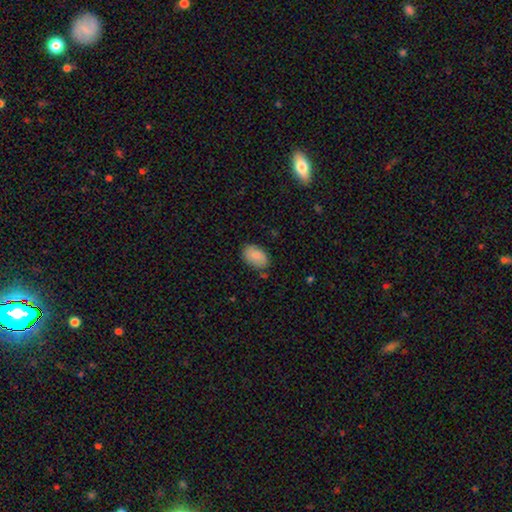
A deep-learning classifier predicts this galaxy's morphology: A smooth galaxy with no disk features (88%) that is in between round and cigar-shaped (91%). Merging: none (79%).